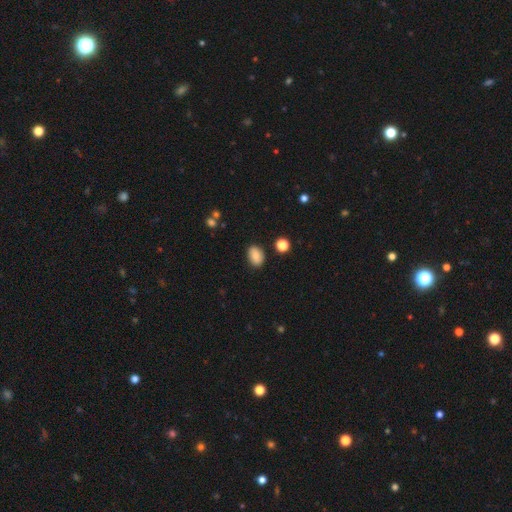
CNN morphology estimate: smooth_or_featured: smooth (p=0.83) [alt: star or artifact p=0.09]
how_rounded: in between (p=0.78) [alt: round p=0.21]
merging: none (p=0.85) [alt: minor disturbance p=0.10]